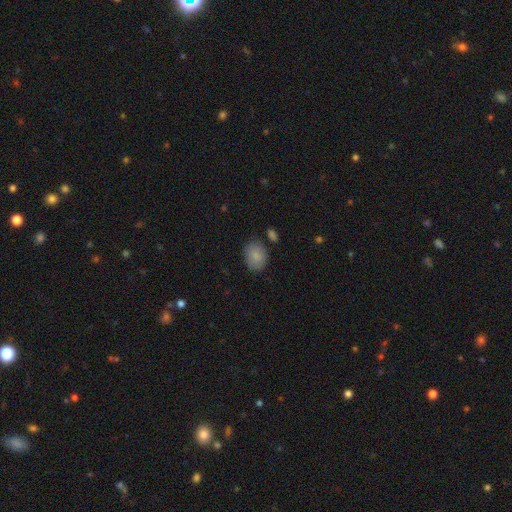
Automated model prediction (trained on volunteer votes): Smooth or featured? Predicted: smooth (p=0.85). How rounded? Predicted: in between (p=0.67). Merging? Predicted: none (p=0.75).